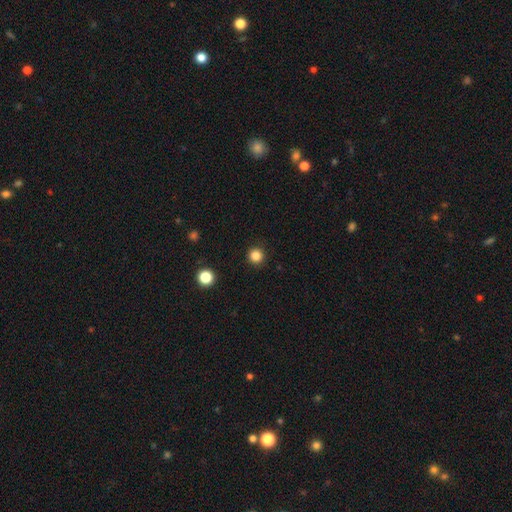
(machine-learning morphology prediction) This is clearly a smooth galaxy (84%). How rounded: clearly round (96%). Merging: clearly none (93%).